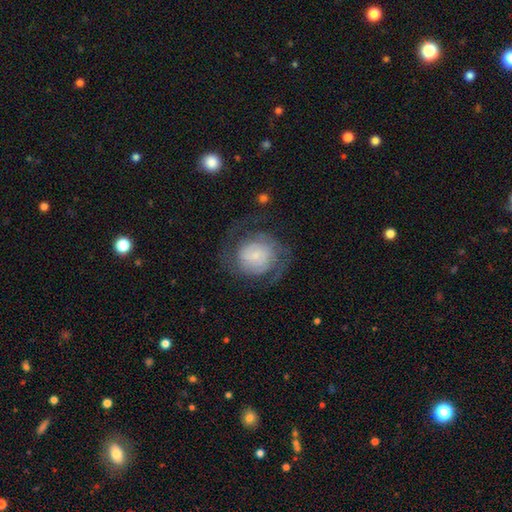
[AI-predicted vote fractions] A featured or disk galaxy (70%) with no bar (67%), 2 (58%) tight (50%) spiral arms (90%) and a small central bulge (67%). Merging: none (63%).